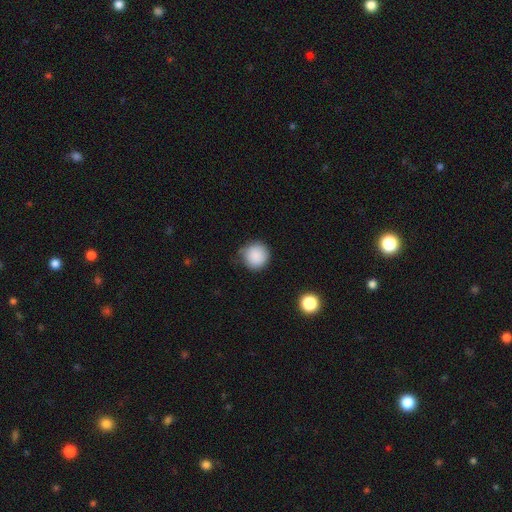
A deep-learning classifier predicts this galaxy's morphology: Smooth or featured?
  - smooth: 88% *
  - star or artifact: 9%
  - featured or disk: 4%
How rounded?
  - round: 94% *
  - in between: 5%
  - cigar-shaped: 1%
Merging?
  - none: 76% *
  - minor disturbance: 18%
  - major disturbance: 4%
  - merger: 2%